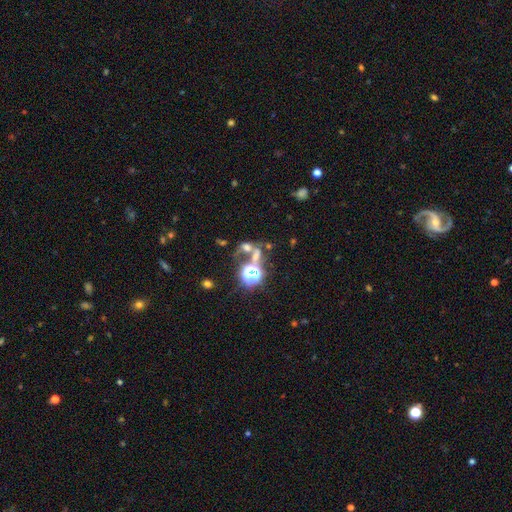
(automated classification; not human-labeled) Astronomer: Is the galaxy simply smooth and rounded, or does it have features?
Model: star or artifact — 40% (runner-up: smooth, 38%).